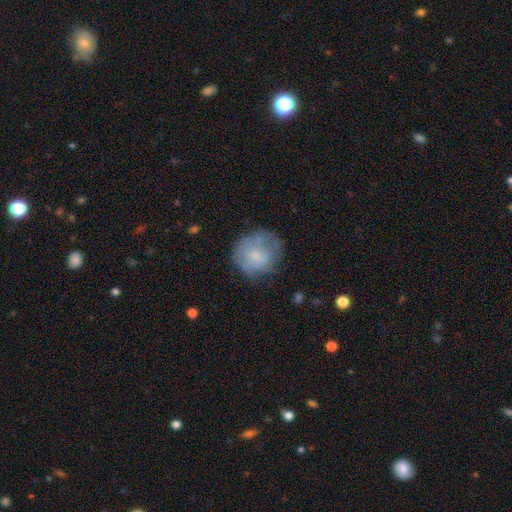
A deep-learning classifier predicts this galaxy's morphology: A smooth galaxy with no disk features (61%) that is round (84%). Merging: none (55%).